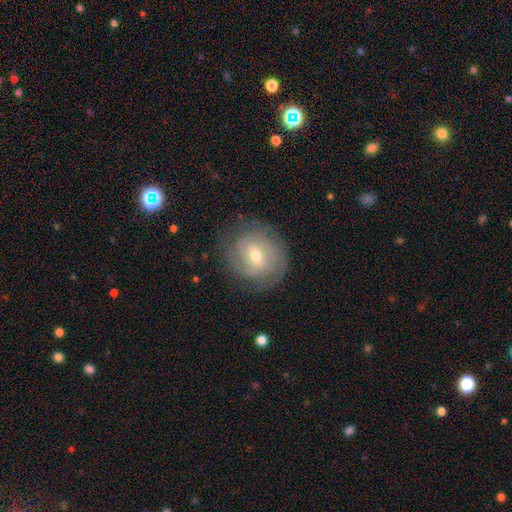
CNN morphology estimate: Overall: featured or disk (75%). Edge-on disk: no (96%). Bar: weak (55%; no 28%). Spiral arms: yes (90%). Spiral arm count: can't tell (40%; 2 30%). Spiral winding: tight (71%). Bulge size: moderate (58%; small 38%). Merging: none (79%).